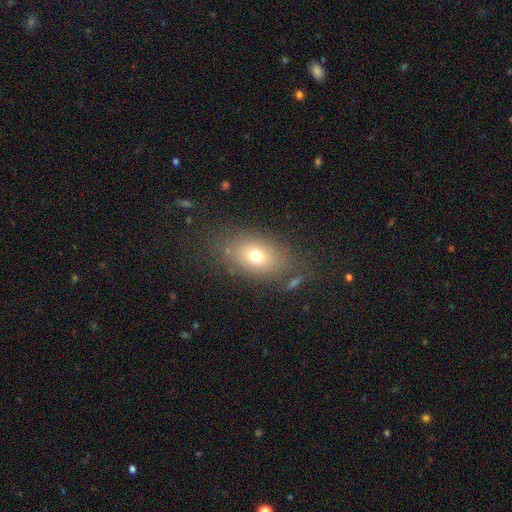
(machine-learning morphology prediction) Smooth or featured? Predicted: smooth (p=0.70). How rounded? Predicted: in between (p=0.77). Merging? Predicted: none (p=0.75).